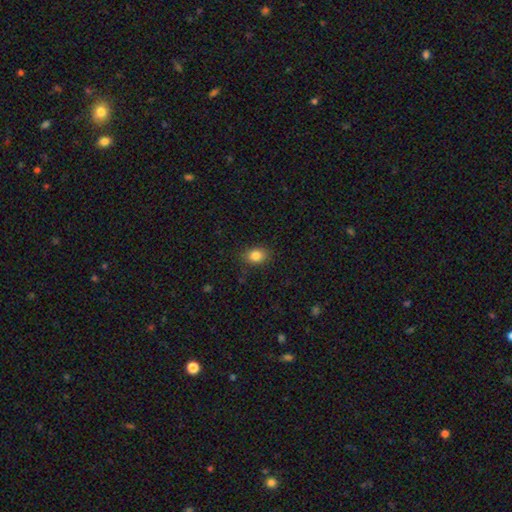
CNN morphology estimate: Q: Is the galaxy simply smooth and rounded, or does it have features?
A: smooth — 83%.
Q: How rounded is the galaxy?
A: in between — 62%.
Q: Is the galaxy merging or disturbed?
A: none — 84%.